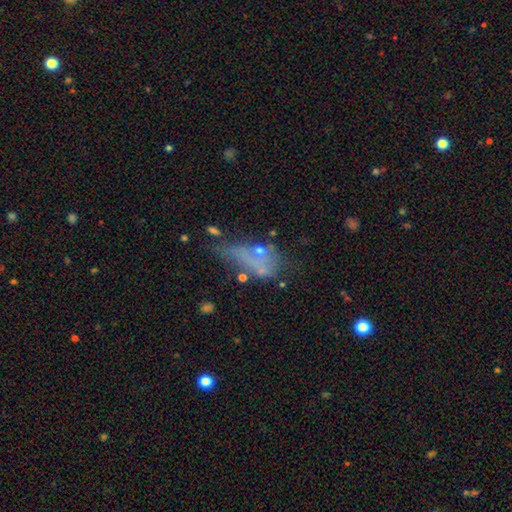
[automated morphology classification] Smooth or featured?
  - smooth: 46% *
  - featured or disk: 34%
  - star or artifact: 20%
Merging?
  - major disturbance: 35% *
  - none: 28%
  - minor disturbance: 23%
  - merger: 15%